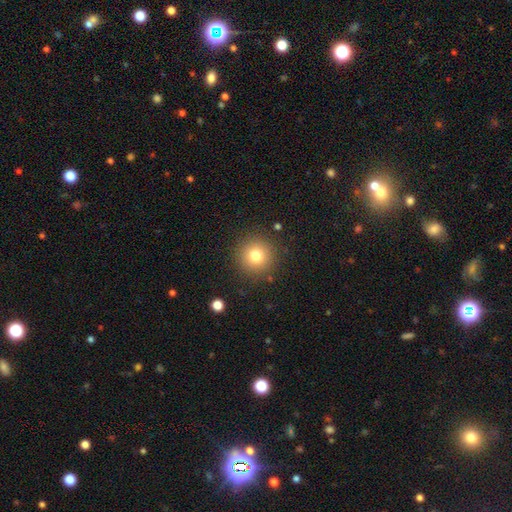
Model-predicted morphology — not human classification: Smooth or featured: smooth — 78% (star or artifact — 12%)
How rounded: round — 95% (in between — 4%)
Merging: none — 89% (minor disturbance — 7%)